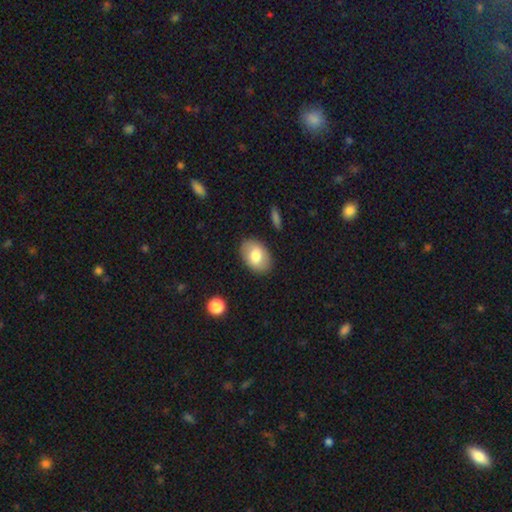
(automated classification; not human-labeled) smooth 74%, featured or disk 19%, star or artifact 7%. Down the decision tree: how rounded — in between (85%); merging — none (86%).